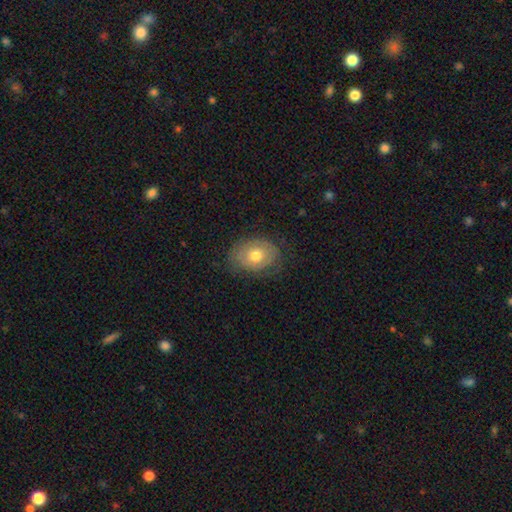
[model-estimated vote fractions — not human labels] Q: Smooth or featured?
A: smooth (58%); runner-up: featured or disk (34%)
Q: How rounded?
A: in between (66%); runner-up: round (33%)
Q: Merging?
A: none (72%); runner-up: minor disturbance (19%)